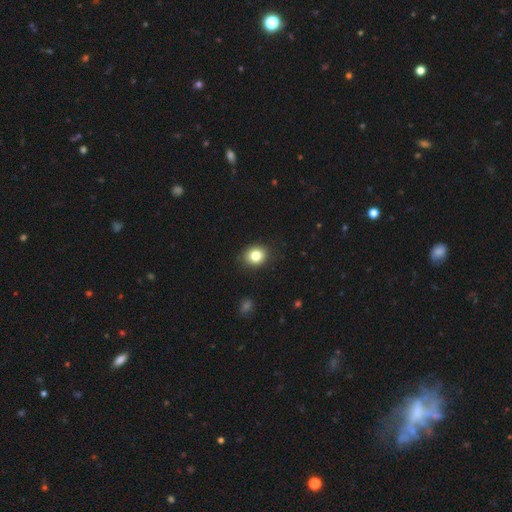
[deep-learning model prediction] This is clearly a smooth galaxy (82%). How rounded: likely round (68%). Merging: clearly none (89%).